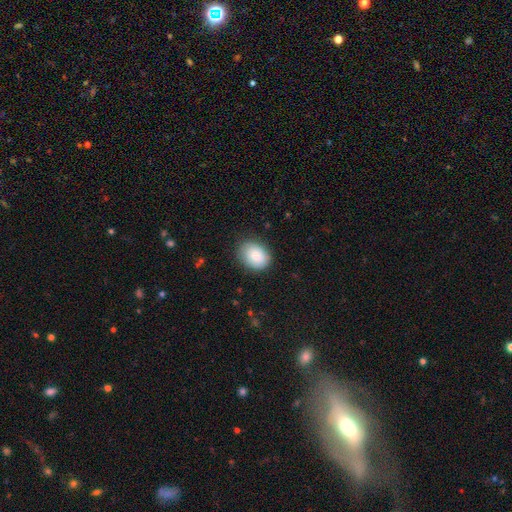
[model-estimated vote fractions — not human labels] Smooth or featured: smooth — 78% (featured or disk — 15%)
How rounded: in between — 60% (round — 39%)
Merging: none — 82% (minor disturbance — 14%)